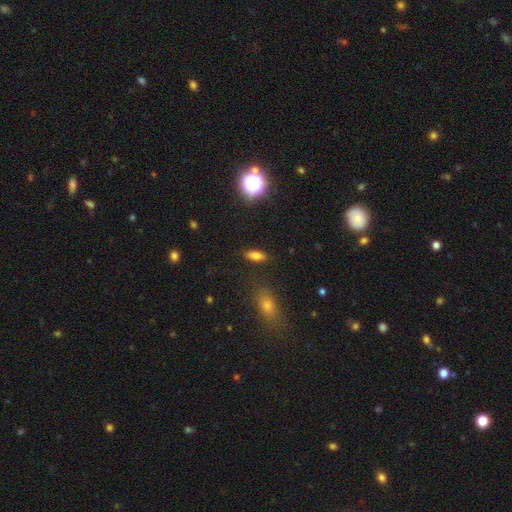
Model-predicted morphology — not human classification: The model was most divided on "how rounded": in between: 72%, cigar-shaped: 22%, round: 6%. More confident: merging — none (86%); smooth or featured — smooth (74%).